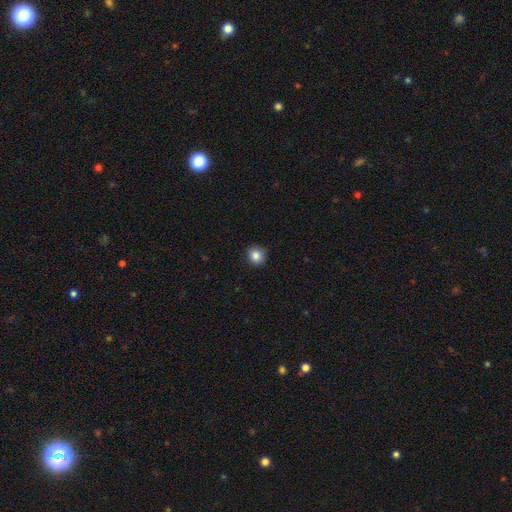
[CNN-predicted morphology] Q: Smooth or featured?
A: smooth (86%); runner-up: star or artifact (10%)
Q: How rounded?
A: round (88%); runner-up: in between (11%)
Q: Merging?
A: none (88%); runner-up: minor disturbance (9%)